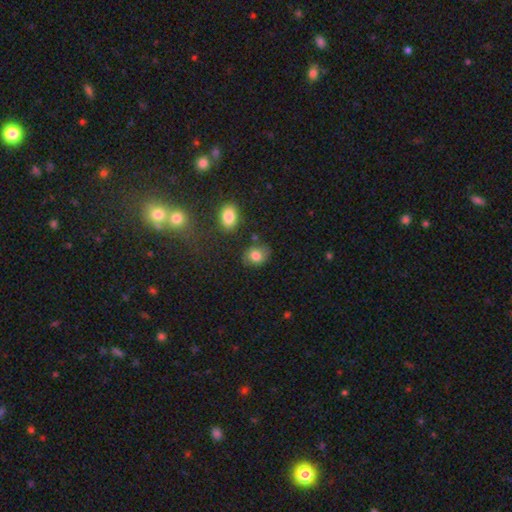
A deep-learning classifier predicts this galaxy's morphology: Smooth or featured? smooth (78%)
How rounded? in between (50%)
Merging? none (73%)